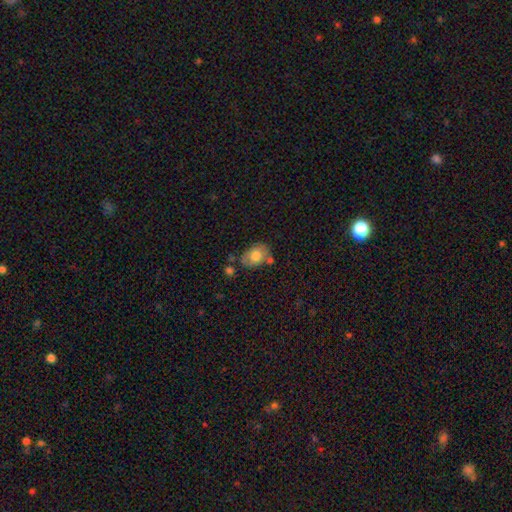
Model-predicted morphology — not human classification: smooth 71%, featured or disk 22%, star or artifact 7%. Down the decision tree: how rounded — in between (77%); merging — none (63%).